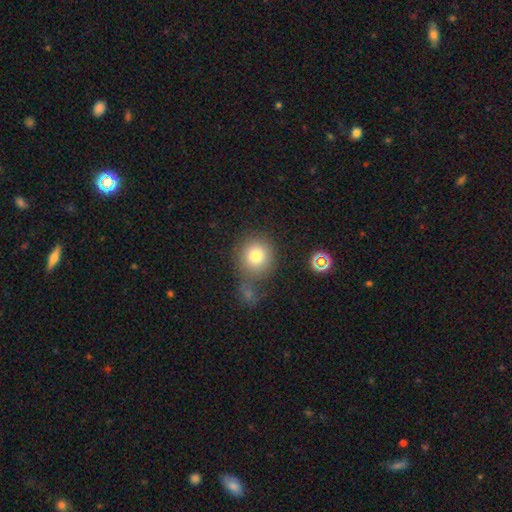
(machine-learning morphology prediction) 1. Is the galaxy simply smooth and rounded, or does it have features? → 78% smooth, 12% star or artifact, 10% featured or disk.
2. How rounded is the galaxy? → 89% round, 10% in between, 1% cigar-shaped.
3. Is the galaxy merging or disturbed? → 58% none, 18% merger, 15% minor disturbance, 9% major disturbance.